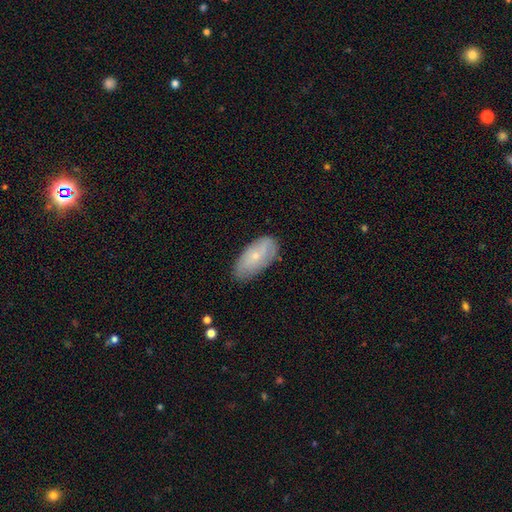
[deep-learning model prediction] smooth-or-featured: smooth: 58% | featured or disk: 35% | star or artifact: 7%
  how-rounded: in between: 91% | cigar-shaped: 6% | round: 3%
  merging: none: 74% | minor disturbance: 20% | major disturbance: 4% | merger: 1%